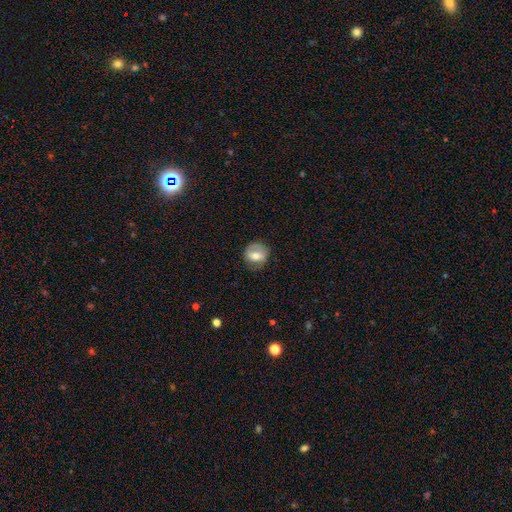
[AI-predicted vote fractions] The model was most divided on "smooth or featured": smooth: 53%, featured or disk: 40%, star or artifact: 8%. More confident: how rounded — round (76%); merging — none (73%).